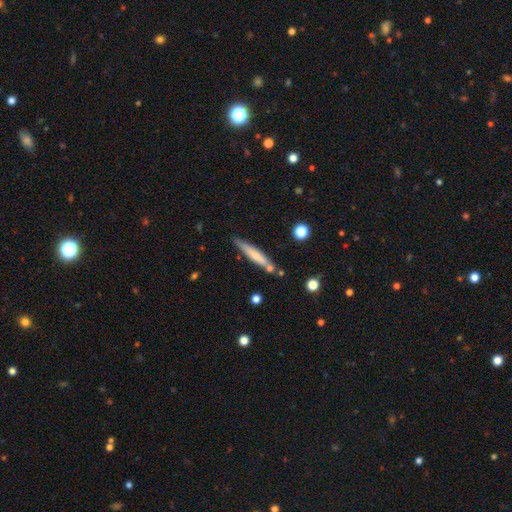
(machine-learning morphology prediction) The model was most divided on "smooth or featured": smooth: 62%, featured or disk: 32%, star or artifact: 6%. More confident: how rounded — cigar-shaped (93%); merging — none (75%).